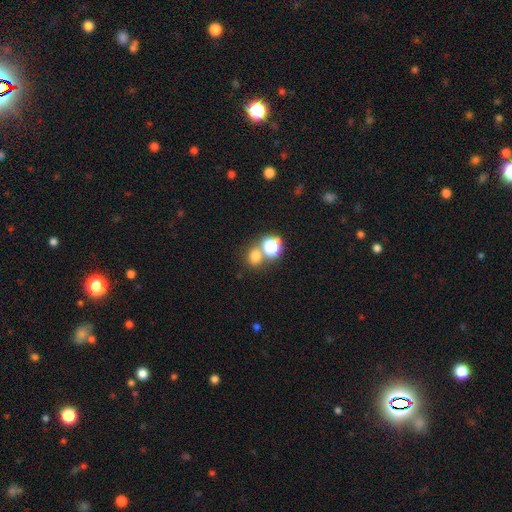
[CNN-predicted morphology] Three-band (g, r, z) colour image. It shows a smooth galaxy with no disk features (68%) that is round (74%). Merging: none (62%).